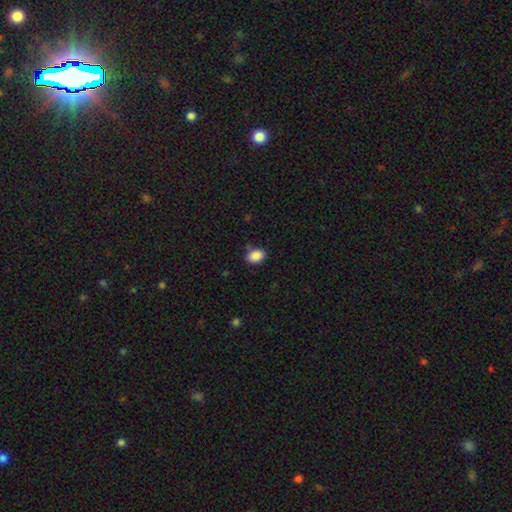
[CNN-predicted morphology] A smooth galaxy with no disk features (88%) that is in between round and cigar-shaped (78%). Merging: none (79%).